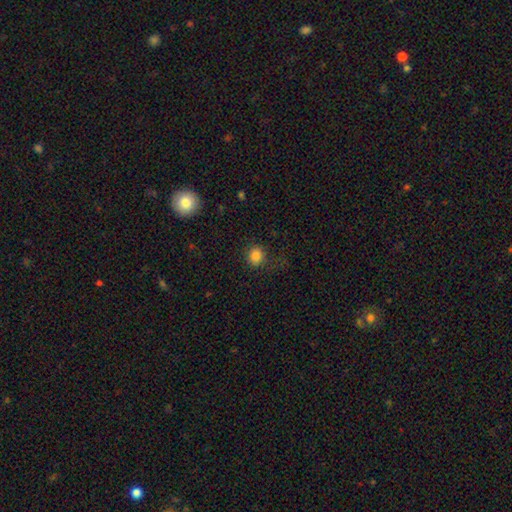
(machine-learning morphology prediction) Smooth or featured: smooth — 83% (star or artifact — 12%)
How rounded: round — 86% (in between — 13%)
Merging: none — 81% (minor disturbance — 12%)